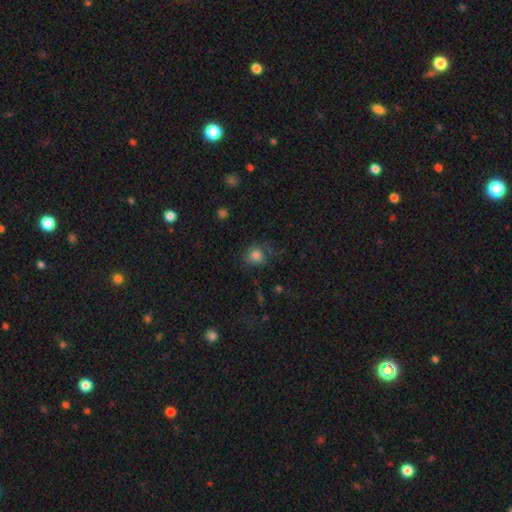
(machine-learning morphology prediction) A smooth galaxy with no disk features (79%) that is round (76%).

Vote fractions:
- Smooth or featured? smooth: 79% / star or artifact: 12% / featured or disk: 9%
- How rounded? round: 76% / in between: 23% / cigar-shaped: 1%
- Merging? none: 61% / minor disturbance: 24% / major disturbance: 13% / merger: 2%